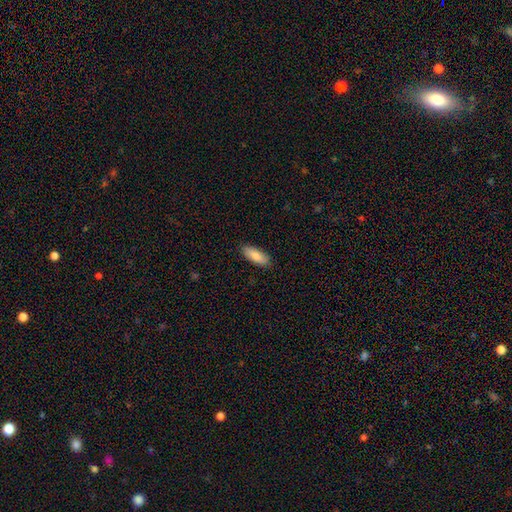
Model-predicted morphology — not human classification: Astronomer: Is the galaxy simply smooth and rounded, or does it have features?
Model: smooth — 83%.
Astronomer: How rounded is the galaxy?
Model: in between — 78%.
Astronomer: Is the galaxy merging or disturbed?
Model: none — 89%.